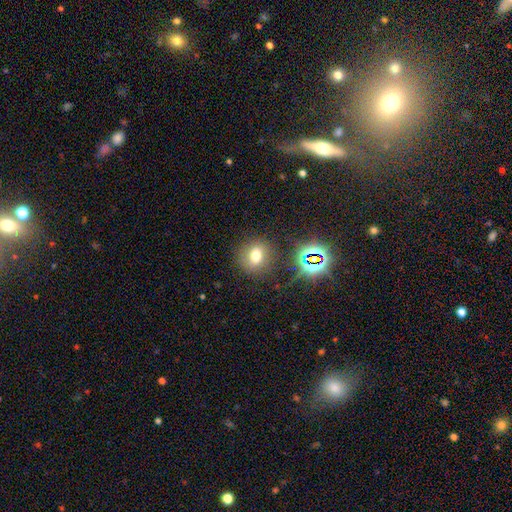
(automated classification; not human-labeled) smooth_or_featured: smooth (p=0.68) [alt: star or artifact p=0.19]
how_rounded: round (p=0.70) [alt: in between p=0.29]
merging: none (p=0.81) [alt: minor disturbance p=0.11]